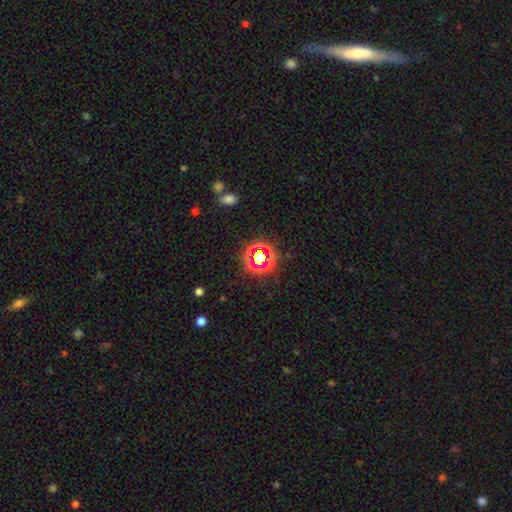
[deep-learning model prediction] Q: Smooth or featured?
A: star or artifact (65%); runner-up: smooth (24%)